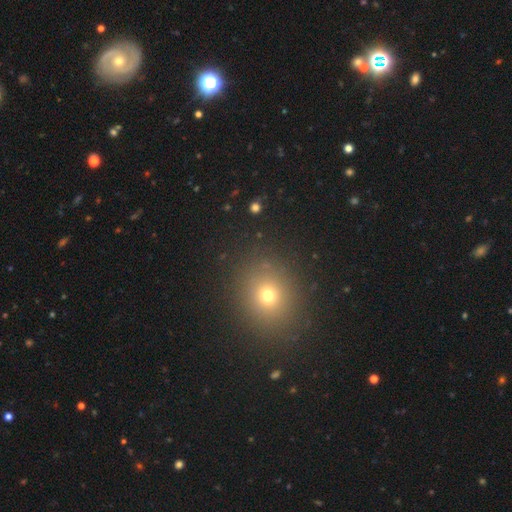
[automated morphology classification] Smooth or featured: smooth — 63% (star or artifact — 29%)
How rounded: round — 69% (in between — 30%)
Merging: none — 90% (minor disturbance — 6%)